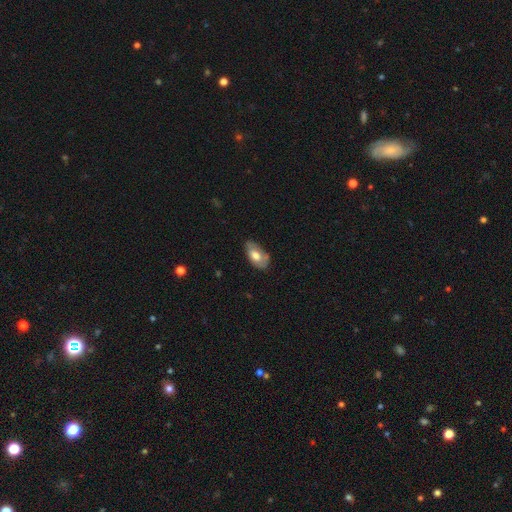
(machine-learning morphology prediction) Smooth or featured? smooth (61%)
How rounded? in between (93%)
Merging? none (60%)